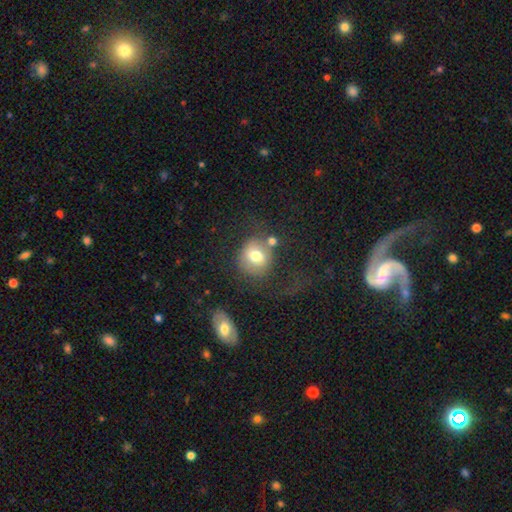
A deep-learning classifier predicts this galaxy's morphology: This is likely a smooth galaxy (67%). How rounded: likely round (78%). Merging: possibly none (46%).